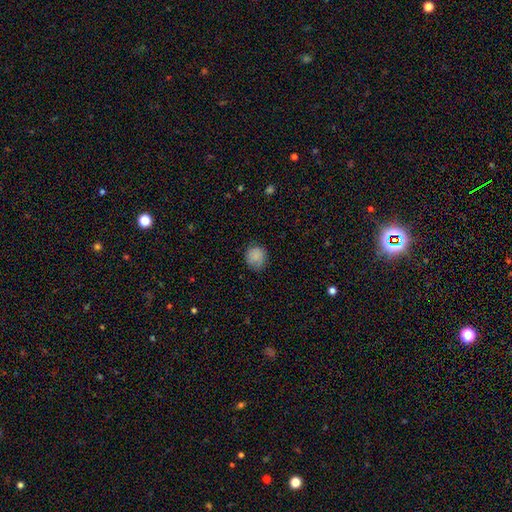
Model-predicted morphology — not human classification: smooth-or-featured: smooth: 84% | star or artifact: 9% | featured or disk: 8%
  how-rounded: round: 84% | in between: 15% | cigar-shaped: 1%
  merging: none: 76% | minor disturbance: 18% | major disturbance: 4% | merger: 1%